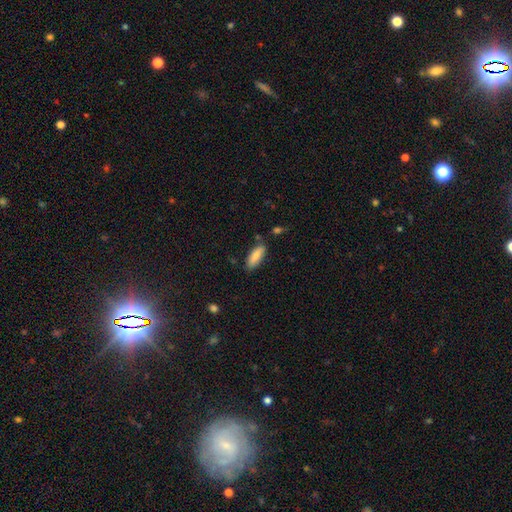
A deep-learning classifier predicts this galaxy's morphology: A smooth galaxy with no disk features (85%) that is in between round and cigar-shaped (67%).

Vote fractions:
- Smooth or featured? smooth: 85% / featured or disk: 8% / star or artifact: 6%
- How rounded? in between: 67% / cigar-shaped: 31% / round: 2%
- Merging? none: 79% / minor disturbance: 15% / merger: 4% / major disturbance: 3%